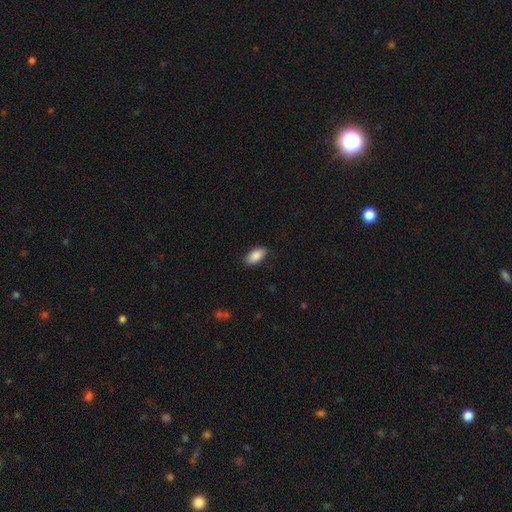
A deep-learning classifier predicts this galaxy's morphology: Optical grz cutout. It shows a smooth galaxy with no disk features (87%) that is in between round and cigar-shaped (94%). Merging: none (87%).